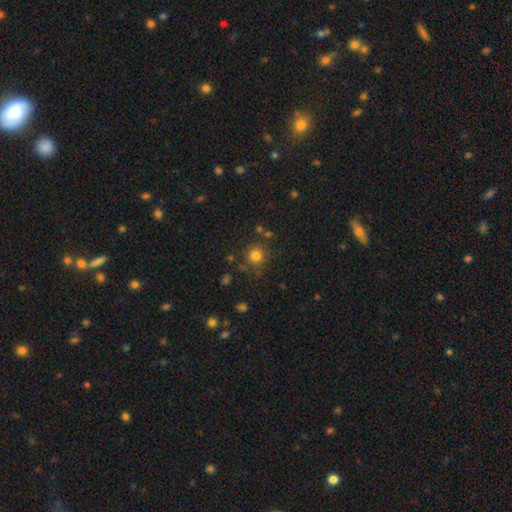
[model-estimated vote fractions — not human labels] Morphology: type=smooth (80%); roundness=round (93%); merging=none (80%).